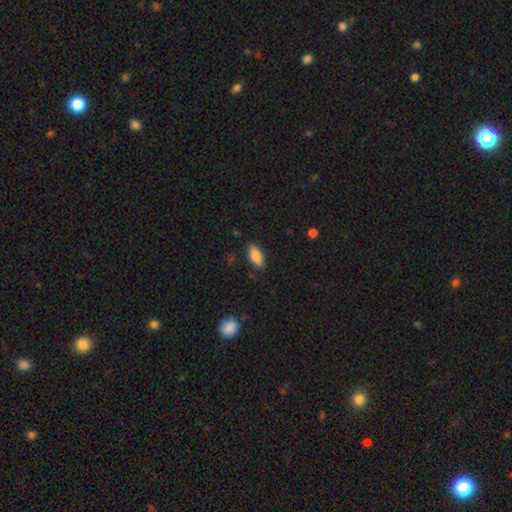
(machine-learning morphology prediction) A smooth galaxy with no disk features (82%) that is in between round and cigar-shaped (83%).

Vote fractions:
- Smooth or featured? smooth: 82% / featured or disk: 11% / star or artifact: 7%
- How rounded? in between: 83% / cigar-shaped: 15% / round: 2%
- Merging? none: 83% / minor disturbance: 13% / major disturbance: 3% / merger: 1%